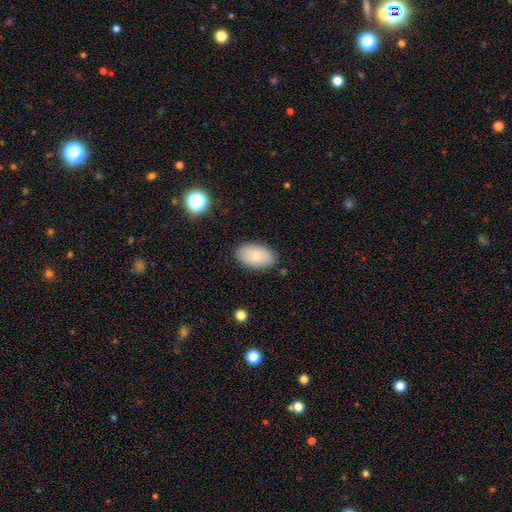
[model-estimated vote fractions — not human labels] smooth_or_featured: smooth (p=0.80) [alt: featured or disk p=0.13]
how_rounded: in between (p=0.94) [alt: round p=0.05]
merging: none (p=0.85) [alt: minor disturbance p=0.12]